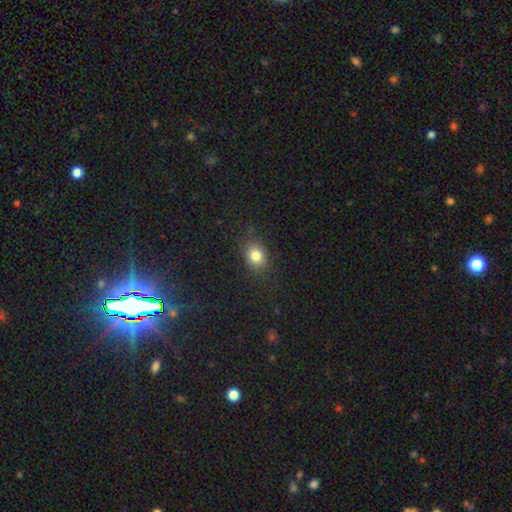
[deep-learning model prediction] Smooth or featured? Predicted: smooth (p=0.82). How rounded? Predicted: in between (p=0.54). Merging? Predicted: none (p=0.83).